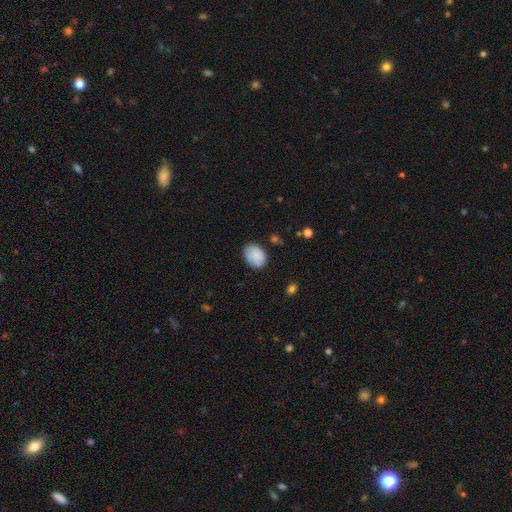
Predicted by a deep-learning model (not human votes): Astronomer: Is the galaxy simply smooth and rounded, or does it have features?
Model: smooth — 85%.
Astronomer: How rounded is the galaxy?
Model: in between — 76%.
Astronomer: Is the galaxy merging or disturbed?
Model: none — 78%.